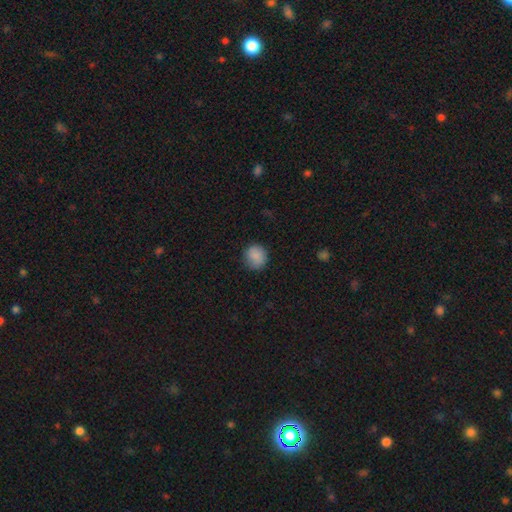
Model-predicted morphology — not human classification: Smooth or featured? Predicted: smooth (p=0.88). How rounded? Predicted: round (p=0.85). Merging? Predicted: none (p=0.84).